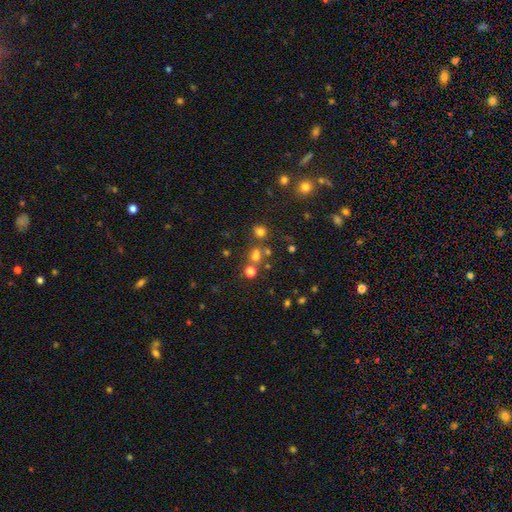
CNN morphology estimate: Smooth or featured? smooth (63%)
How rounded? round (76%)
Merging? none (64%)